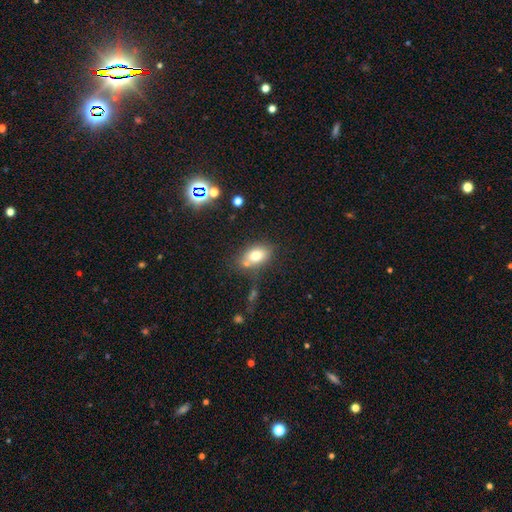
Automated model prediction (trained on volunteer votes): Smooth or featured?
  - smooth: 76% *
  - featured or disk: 14%
  - star or artifact: 10%
How rounded?
  - in between: 84% *
  - round: 13%
  - cigar-shaped: 3%
Merging?
  - none: 62% *
  - minor disturbance: 17%
  - merger: 16%
  - major disturbance: 5%